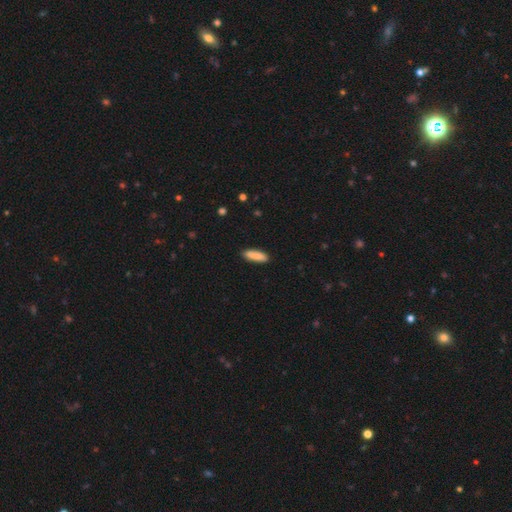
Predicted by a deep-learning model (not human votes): Morphology: type=smooth (88%); roundness=cigar-shaped (57%); merging=none (87%).